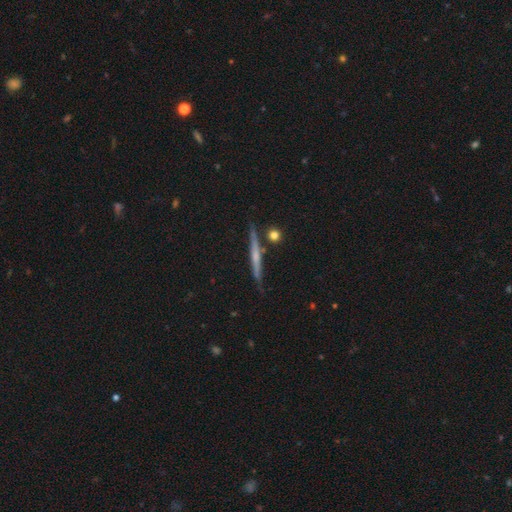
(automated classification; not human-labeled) Smooth or featured: featured or disk — 59% (smooth — 35%)
Edge-on disk: yes — 96% (no — 4%)
Edge-on bulge: none — 50% (rounded — 41%)
Merging: none — 82% (minor disturbance — 11%)